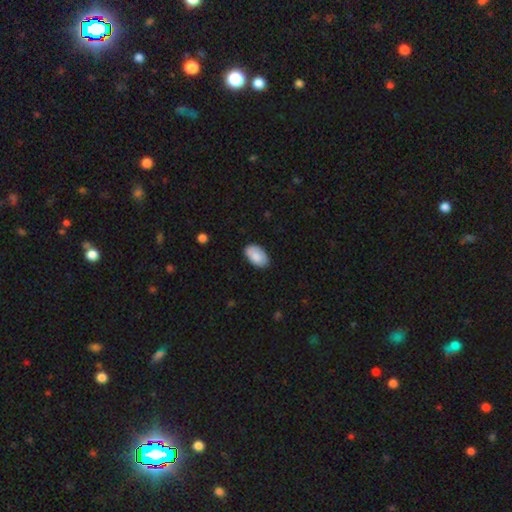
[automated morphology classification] Smooth or featured?
  - smooth: 86% *
  - featured or disk: 8%
  - star or artifact: 6%
How rounded?
  - in between: 94% *
  - round: 4%
  - cigar-shaped: 1%
Merging?
  - none: 82% *
  - minor disturbance: 15%
  - major disturbance: 2%
  - merger: 1%